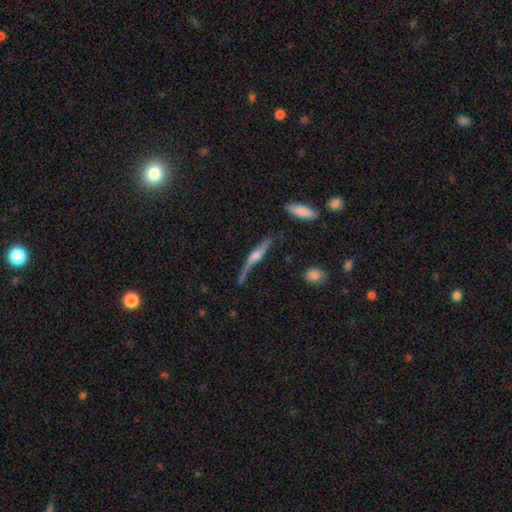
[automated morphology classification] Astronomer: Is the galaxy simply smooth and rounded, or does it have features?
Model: featured or disk — 69%.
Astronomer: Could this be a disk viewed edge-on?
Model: yes — 85%.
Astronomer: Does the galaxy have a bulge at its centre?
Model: rounded — 84%.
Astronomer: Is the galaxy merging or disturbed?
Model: none — 53%.